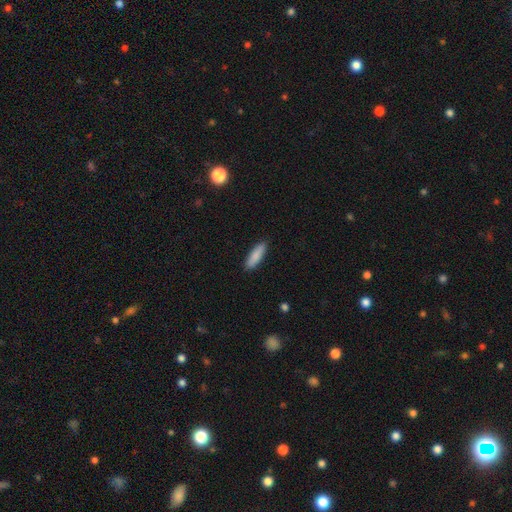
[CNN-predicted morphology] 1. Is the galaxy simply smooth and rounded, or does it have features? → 88% smooth, 6% featured or disk, 6% star or artifact.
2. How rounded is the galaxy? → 60% cigar-shaped, 39% in between, 2% round.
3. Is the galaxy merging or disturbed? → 89% none, 8% minor disturbance, 2% major disturbance, 1% merger.